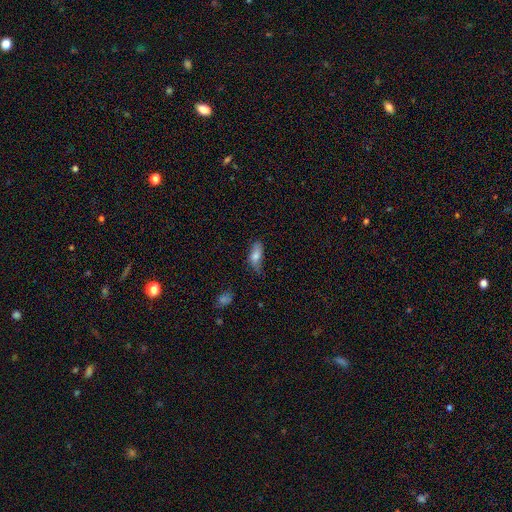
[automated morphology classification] A smooth galaxy with no disk features (70%) that is in between round and cigar-shaped (79%). Merging: none (50%).